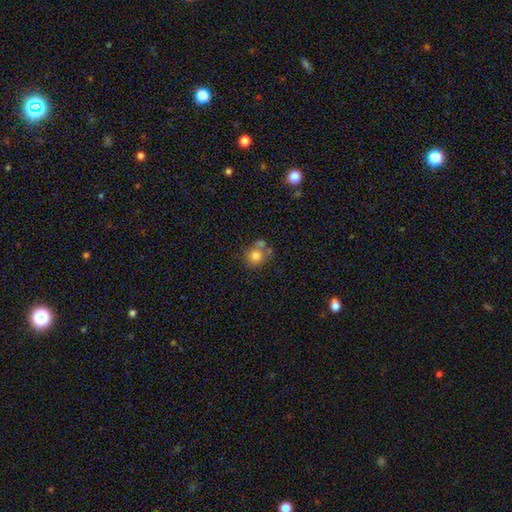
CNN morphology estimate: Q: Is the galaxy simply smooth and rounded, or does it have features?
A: smooth — 77%.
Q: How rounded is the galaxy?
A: round — 85%.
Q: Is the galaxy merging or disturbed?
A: none — 51%.